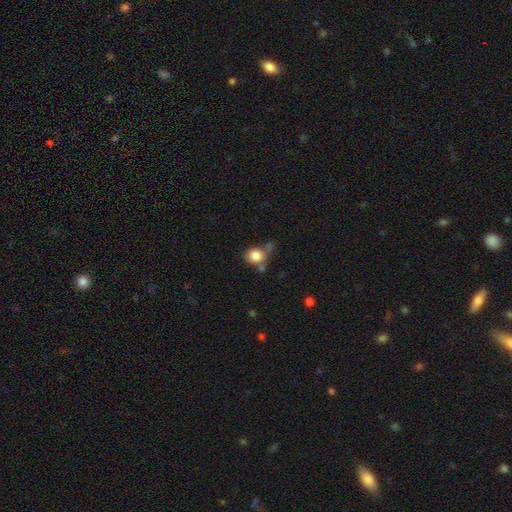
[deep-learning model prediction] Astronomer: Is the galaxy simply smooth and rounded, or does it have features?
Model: smooth — 84%.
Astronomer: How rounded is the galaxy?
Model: round — 69%.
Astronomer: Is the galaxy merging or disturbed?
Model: none — 57%.